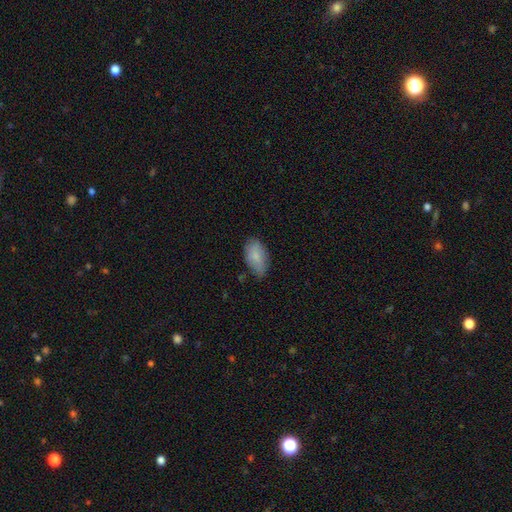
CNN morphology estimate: Smooth or featured: smooth — 81% (featured or disk — 13%)
How rounded: in between — 94% (round — 3%)
Merging: none — 64% (minor disturbance — 29%)